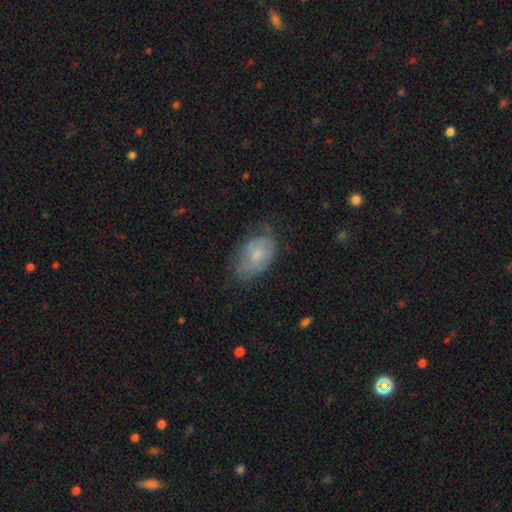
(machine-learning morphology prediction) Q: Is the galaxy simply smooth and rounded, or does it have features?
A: smooth — 61%.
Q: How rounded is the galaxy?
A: in between — 91%.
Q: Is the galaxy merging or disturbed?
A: none — 47%.